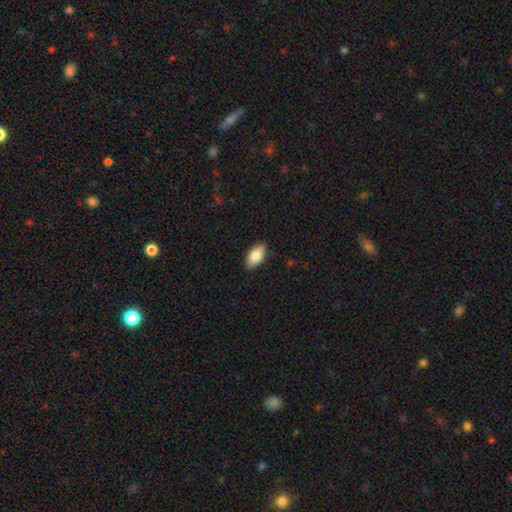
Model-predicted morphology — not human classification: type=smooth (85%); roundness=in between (93%); merging=none (88%).